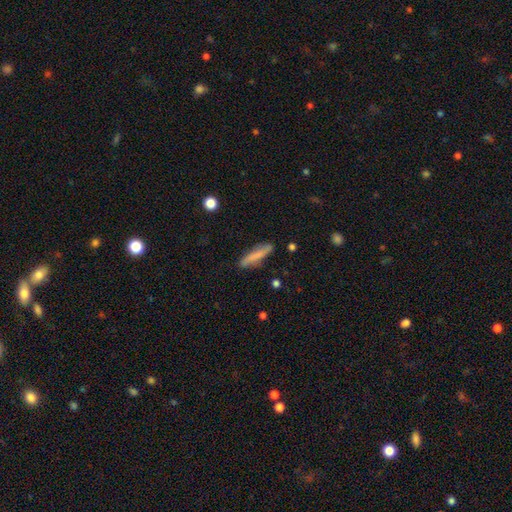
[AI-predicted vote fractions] Morphology: type=smooth (71%); roundness=cigar-shaped (84%); merging=none (83%).